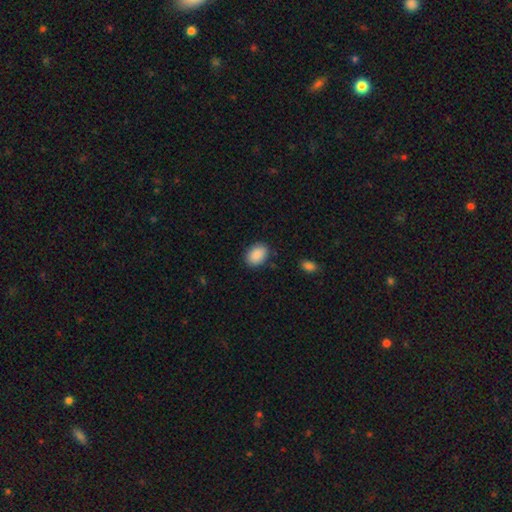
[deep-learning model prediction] Q: Smooth or featured?
A: smooth (90%); runner-up: star or artifact (7%)
Q: How rounded?
A: in between (77%); runner-up: round (22%)
Q: Merging?
A: none (85%); runner-up: minor disturbance (11%)